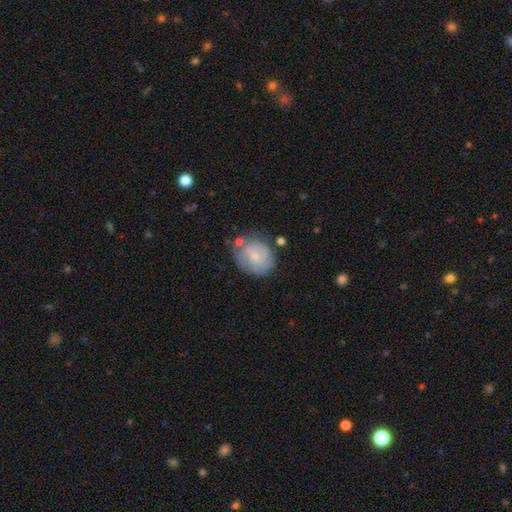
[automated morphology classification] featured or disk 47%, smooth 46%, star or artifact 7%. Down the decision tree: merging — none (59%).